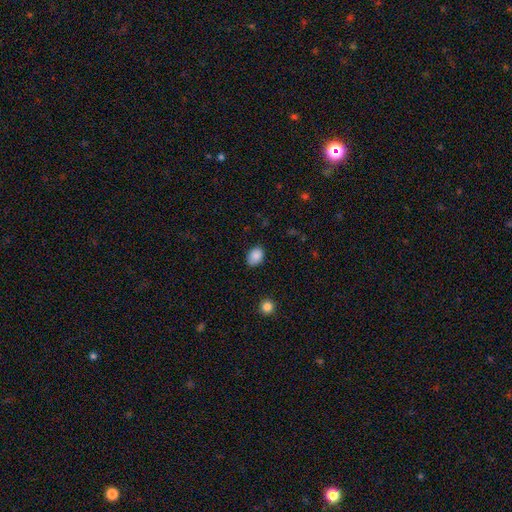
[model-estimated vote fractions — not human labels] This appears to be a smooth galaxy with no disk features (88%) that is in between round and cigar-shaped (76%). Merging: none (81%).